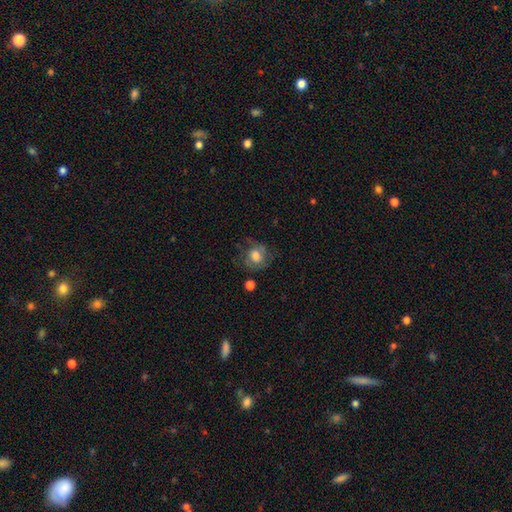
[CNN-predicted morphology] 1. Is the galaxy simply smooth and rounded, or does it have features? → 50% smooth, 40% featured or disk, 9% star or artifact.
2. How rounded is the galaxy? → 73% round, 26% in between, 1% cigar-shaped.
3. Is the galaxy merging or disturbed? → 56% none, 23% minor disturbance, 18% major disturbance, 3% merger.